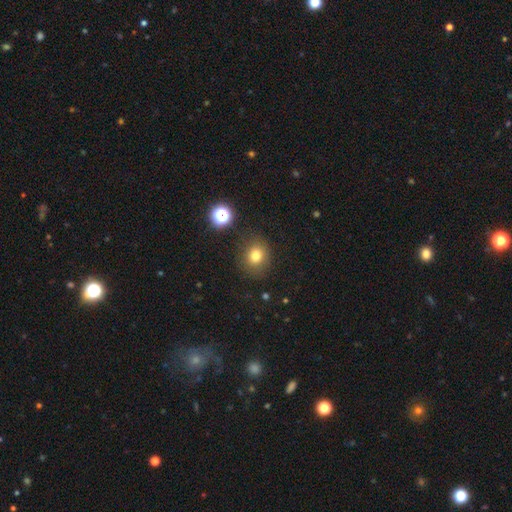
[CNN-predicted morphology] A smooth galaxy with no disk features (77%) that is round (76%).

Vote fractions:
- Smooth or featured? smooth: 77% / star or artifact: 15% / featured or disk: 8%
- How rounded? round: 76% / in between: 24% / cigar-shaped: 1%
- Merging? none: 82% / minor disturbance: 11% / major disturbance: 4% / merger: 3%